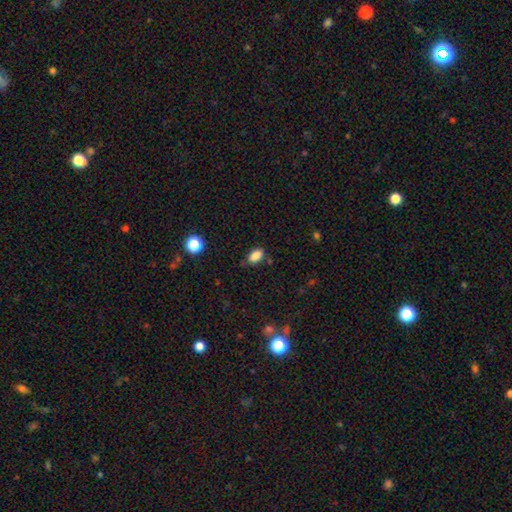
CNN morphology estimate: Smooth or featured: smooth — 86% (star or artifact — 10%)
How rounded: in between — 90% (round — 7%)
Merging: none — 72% (minor disturbance — 21%)